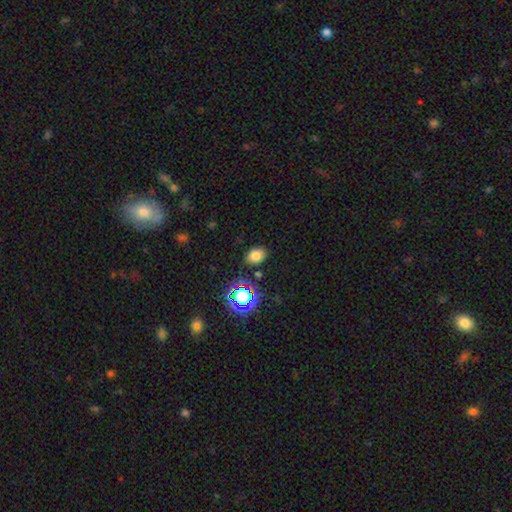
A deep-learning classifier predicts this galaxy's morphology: This is likely a smooth galaxy (73%). How rounded: likely in between (71%). Merging: clearly none (83%).